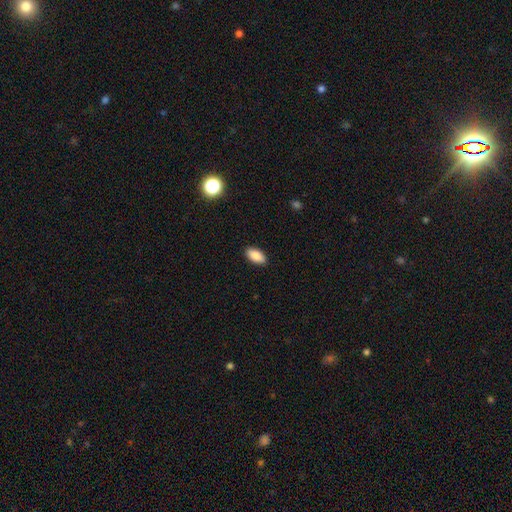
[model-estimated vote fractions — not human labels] Smooth or featured: smooth — 87% (star or artifact — 7%)
How rounded: in between — 92% (cigar-shaped — 5%)
Merging: none — 90% (minor disturbance — 7%)